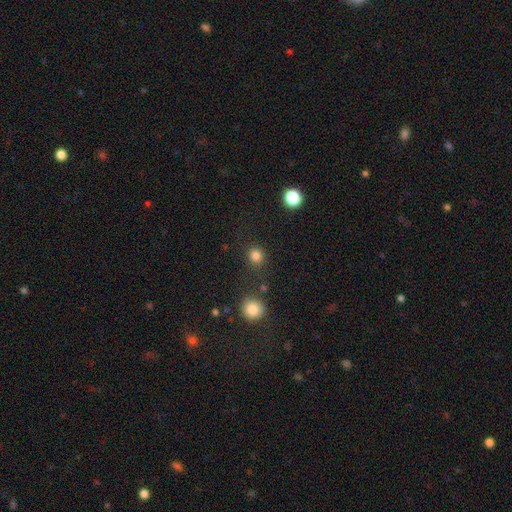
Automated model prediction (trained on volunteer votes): A smooth galaxy with no disk features (82%) that is round (87%). Merging: none (83%).